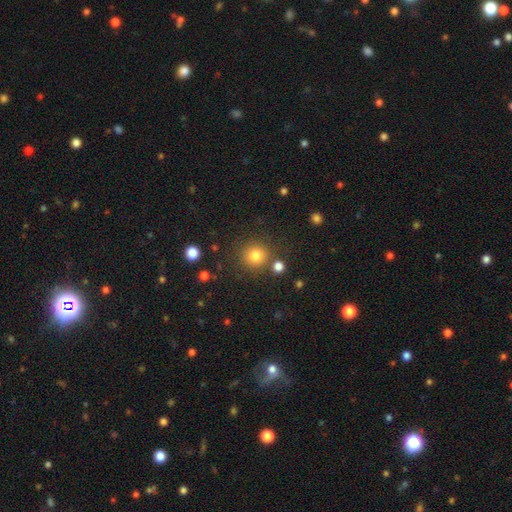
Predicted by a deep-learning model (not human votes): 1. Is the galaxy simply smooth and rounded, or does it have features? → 81% smooth, 13% star or artifact, 6% featured or disk.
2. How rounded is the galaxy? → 92% round, 7% in between, 1% cigar-shaped.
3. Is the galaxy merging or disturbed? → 82% none, 8% minor disturbance, 6% merger, 3% major disturbance.